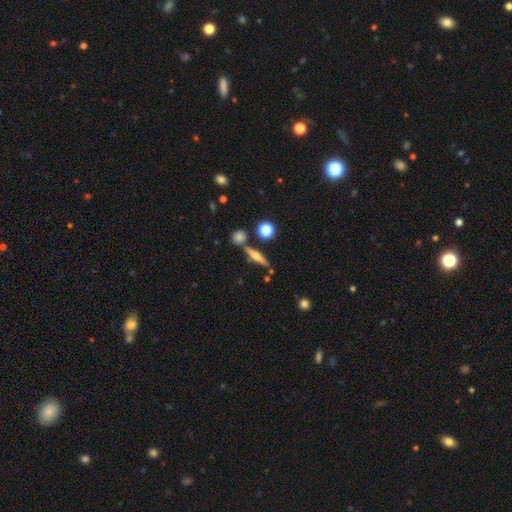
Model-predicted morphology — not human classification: Smooth or featured: featured or disk — 56% (smooth — 35%)
Edge-on disk: yes — 95% (no — 5%)
Edge-on bulge: rounded — 83% (boxy — 8%)
Merging: none — 79% (minor disturbance — 9%)